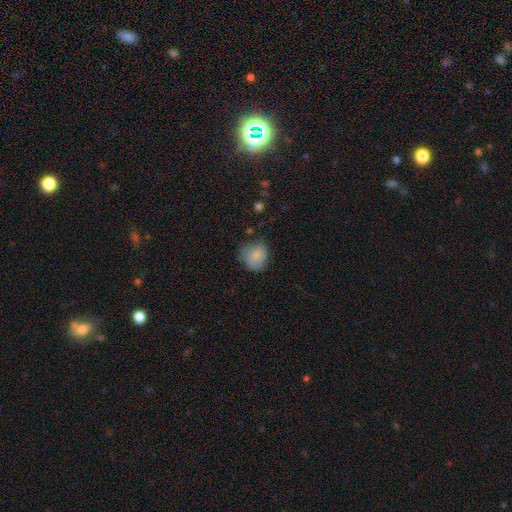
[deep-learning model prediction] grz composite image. It shows a smooth galaxy with no disk features (81%) that is round (77%). Merging: none (62%).